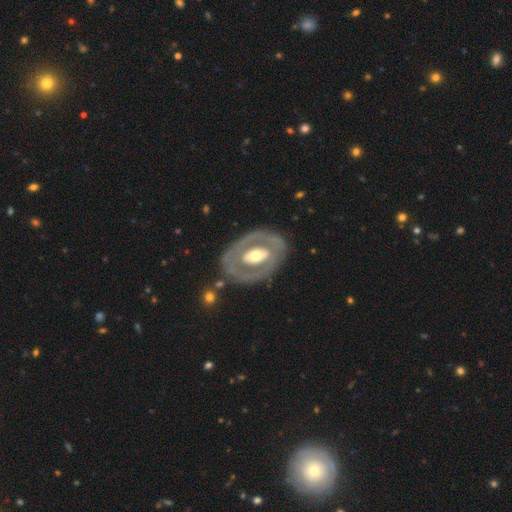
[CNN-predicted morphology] Q: Smooth or featured?
A: featured or disk (69%); runner-up: smooth (26%)
Q: Edge-on disk?
A: no (93%); runner-up: yes (7%)
Q: Bar?
A: no (52%); runner-up: weak (24%)
Q: Spiral arms?
A: no (75%); runner-up: yes (25%)
Q: Bulge size?
A: moderate (63%); runner-up: large (21%)
Q: Merging?
A: none (74%); runner-up: minor disturbance (15%)